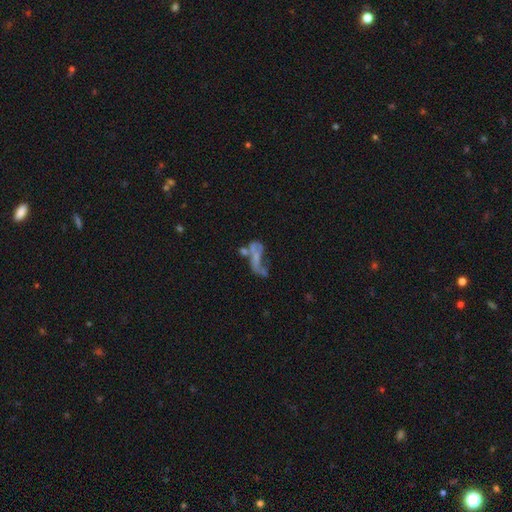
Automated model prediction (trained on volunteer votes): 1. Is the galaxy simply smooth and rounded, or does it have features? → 53% featured or disk, 29% smooth, 18% star or artifact.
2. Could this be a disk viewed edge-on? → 93% no, 7% yes.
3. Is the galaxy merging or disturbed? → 36% merger, 33% major disturbance, 19% none, 11% minor disturbance.